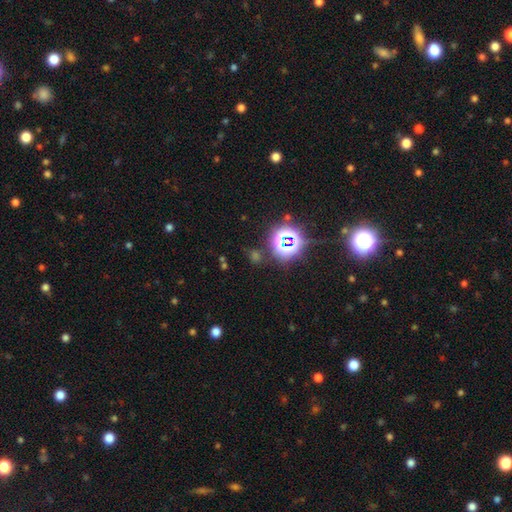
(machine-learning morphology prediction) Overall: star or artifact (71%).